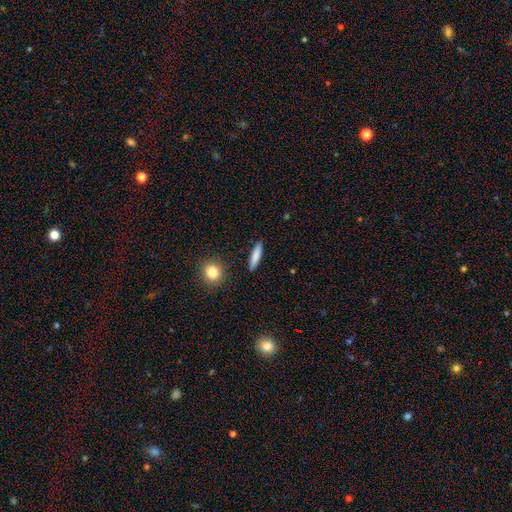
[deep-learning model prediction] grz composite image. It shows a smooth galaxy with no disk features (82%) that is cigar-shaped (84%). Merging: none (90%).